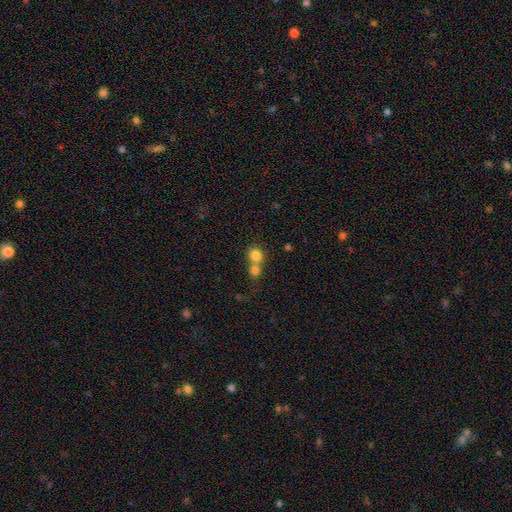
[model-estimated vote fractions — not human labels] Morphology: type=smooth (80%); roundness=round (82%); merging=merger (58%).